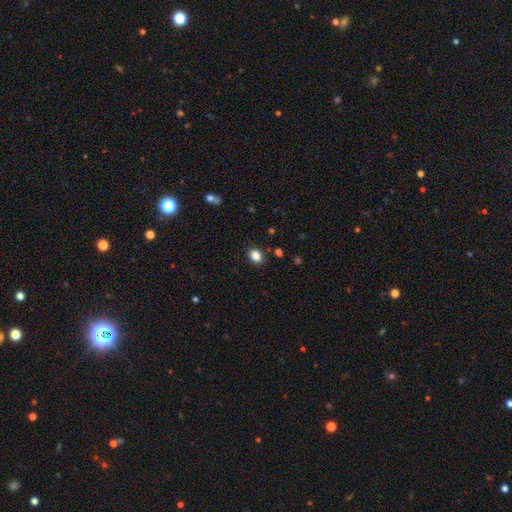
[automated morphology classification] A smooth galaxy with no disk features (86%) that is in between round and cigar-shaped (56%).

Vote fractions:
- Smooth or featured? smooth: 86% / star or artifact: 10% / featured or disk: 4%
- How rounded? in between: 56% / round: 43% / cigar-shaped: 1%
- Merging? none: 88% / minor disturbance: 8% / major disturbance: 2% / merger: 1%